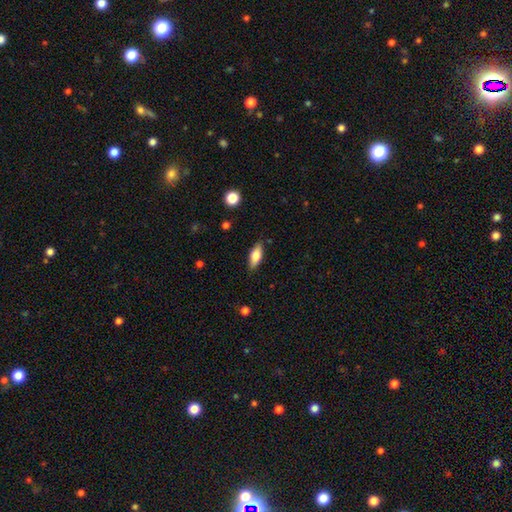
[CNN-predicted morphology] smooth_or_featured: smooth (p=0.74) [alt: featured or disk p=0.20]
how_rounded: in between (p=0.76) [alt: cigar-shaped p=0.22]
merging: none (p=0.85) [alt: minor disturbance p=0.12]